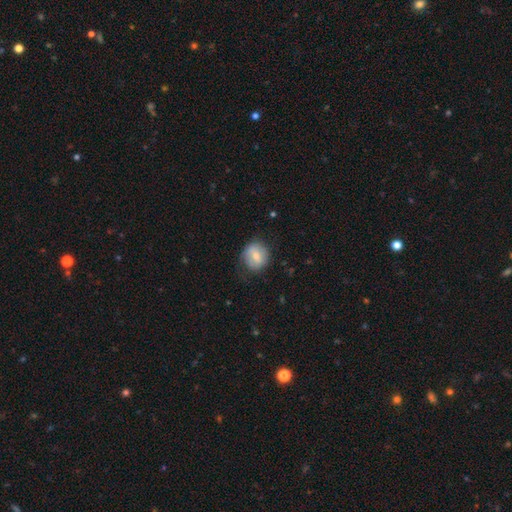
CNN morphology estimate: This is likely a smooth galaxy (64%). How rounded: likely round (78%). Merging: likely none (69%).